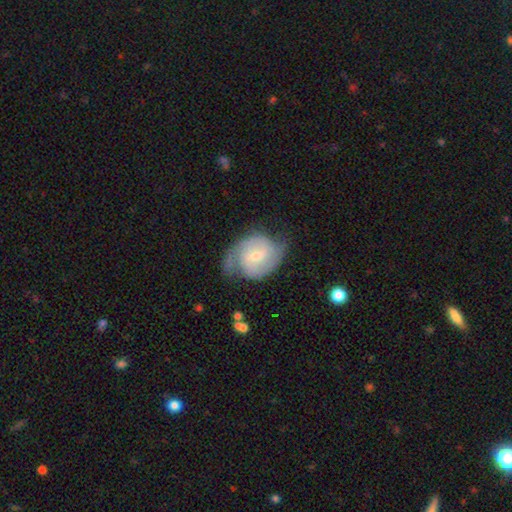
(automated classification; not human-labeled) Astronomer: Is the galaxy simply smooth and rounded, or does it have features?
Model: featured or disk — 79%.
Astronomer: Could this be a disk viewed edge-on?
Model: no — 97%.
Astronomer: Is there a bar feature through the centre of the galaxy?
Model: weak — 52% (runner-up: no, 34%).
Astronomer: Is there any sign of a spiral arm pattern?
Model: yes — 94%.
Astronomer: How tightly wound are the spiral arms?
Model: medium — 46% (runner-up: tight, 34%).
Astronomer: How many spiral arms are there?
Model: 2 — 81%.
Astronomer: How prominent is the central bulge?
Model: small — 57% (runner-up: moderate, 38%).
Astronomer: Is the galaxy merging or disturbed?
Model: none — 62%.